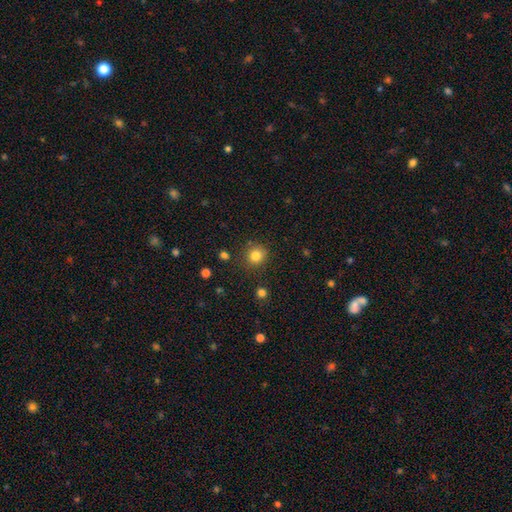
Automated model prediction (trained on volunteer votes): A smooth galaxy with no disk features (82%) that is round (89%). Merging: none (84%).